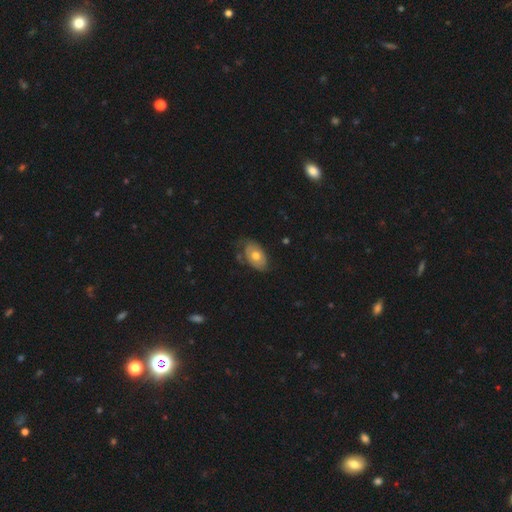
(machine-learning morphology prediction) Overall: smooth (48%; featured or disk 46%). Merging: none (56%; minor disturbance 30%).